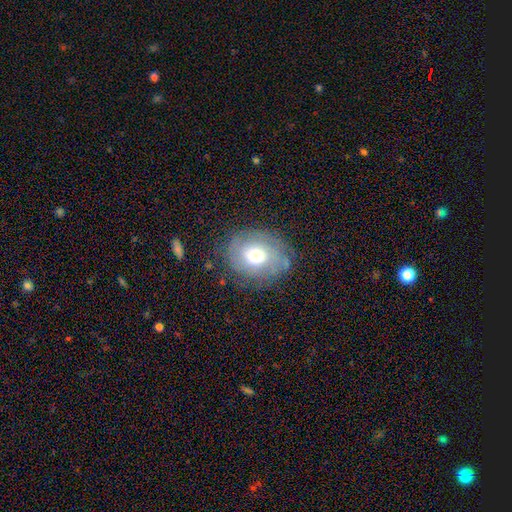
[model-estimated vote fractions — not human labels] Smooth or featured?
  - smooth: 51% *
  - featured or disk: 39%
  - star or artifact: 10%
How rounded?
  - round: 54% *
  - in between: 45%
  - cigar-shaped: 1%
Merging?
  - none: 73% *
  - minor disturbance: 18%
  - major disturbance: 7%
  - merger: 2%